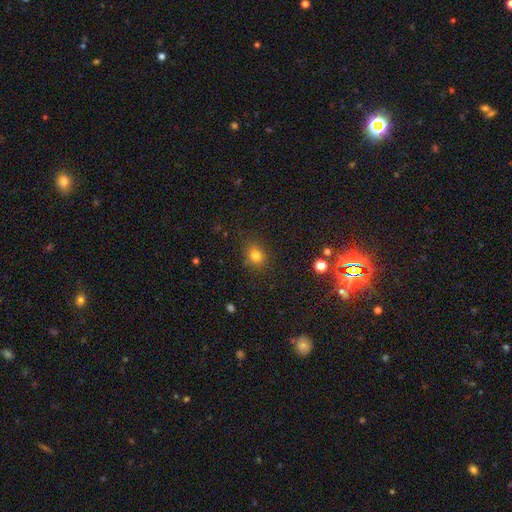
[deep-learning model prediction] Q: Smooth or featured?
A: smooth (79%); runner-up: star or artifact (15%)
Q: How rounded?
A: round (67%); runner-up: in between (32%)
Q: Merging?
A: none (82%); runner-up: minor disturbance (12%)